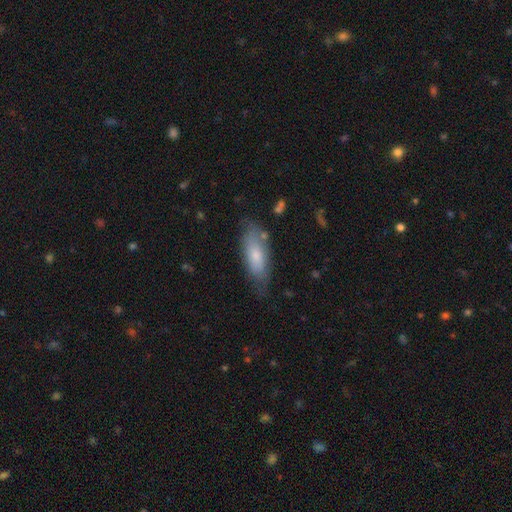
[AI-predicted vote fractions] Smooth or featured?
  - smooth: 71% *
  - featured or disk: 23%
  - star or artifact: 6%
How rounded?
  - in between: 71% *
  - cigar-shaped: 27%
  - round: 2%
Merging?
  - none: 66% *
  - minor disturbance: 24%
  - major disturbance: 6%
  - merger: 3%